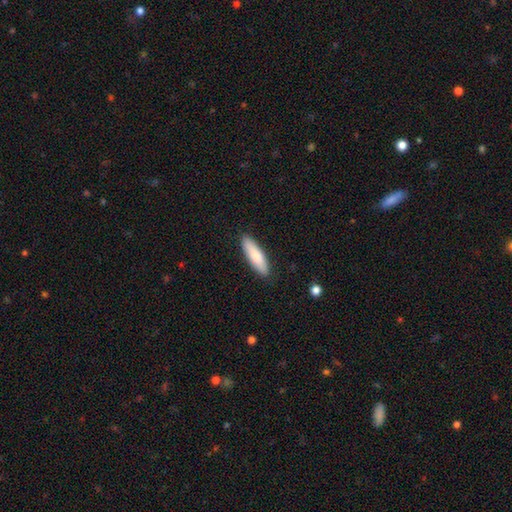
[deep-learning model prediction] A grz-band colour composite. It shows a smooth galaxy with no disk features (80%) that is cigar-shaped (63%). Merging: none (89%).